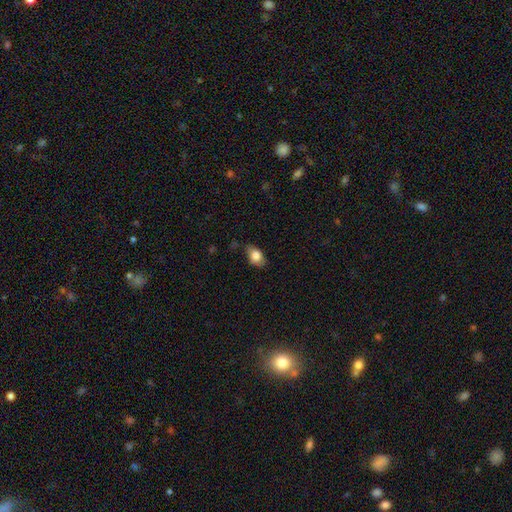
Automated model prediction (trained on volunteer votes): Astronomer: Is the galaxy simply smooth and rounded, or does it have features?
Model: smooth — 81%.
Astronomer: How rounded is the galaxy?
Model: in between — 82%.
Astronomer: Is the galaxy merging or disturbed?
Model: none — 68%.